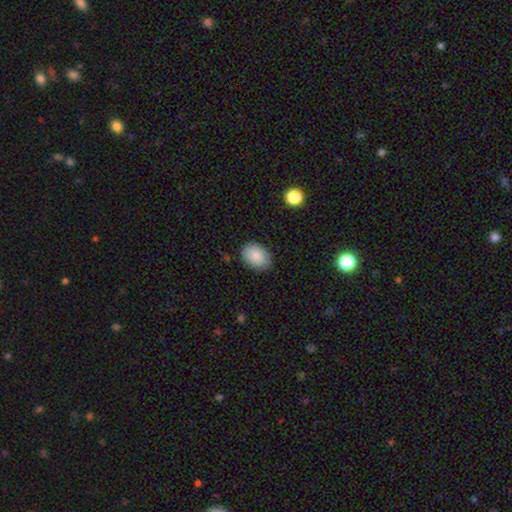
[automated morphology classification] smooth 88%, star or artifact 7%, featured or disk 5%. Down the decision tree: how rounded — in between (80%); merging — none (85%).